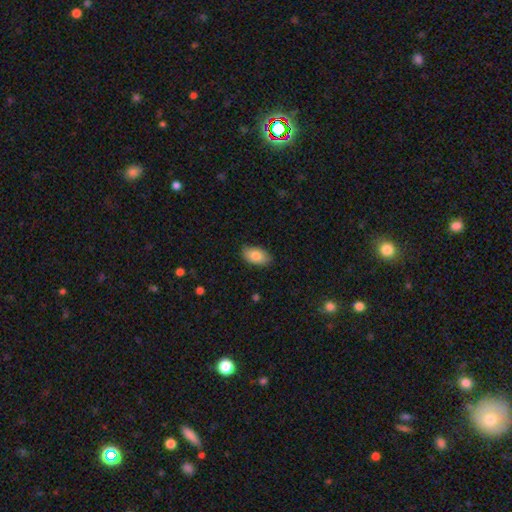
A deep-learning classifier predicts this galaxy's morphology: type=smooth (80%); roundness=in between (93%); merging=none (84%).